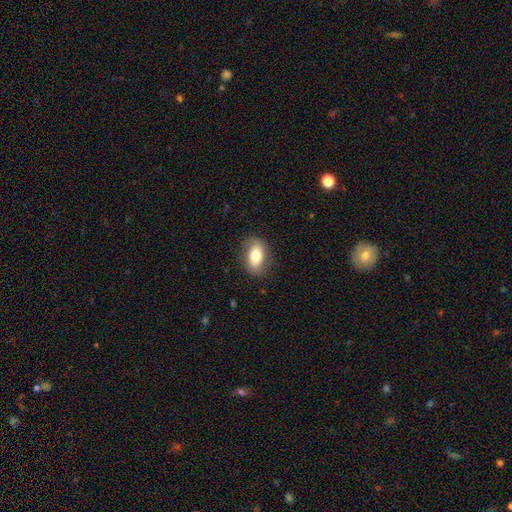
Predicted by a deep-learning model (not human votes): Overall: smooth (78%). How rounded: in between (87%). Merging: none (83%).